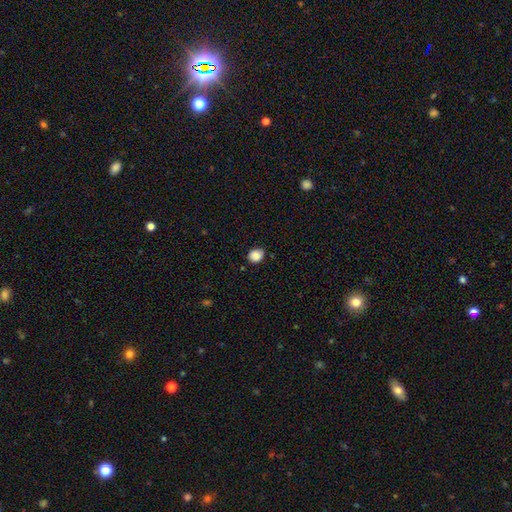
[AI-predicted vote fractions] This is clearly a smooth galaxy (88%). How rounded: likely round (71%). Merging: clearly none (80%).